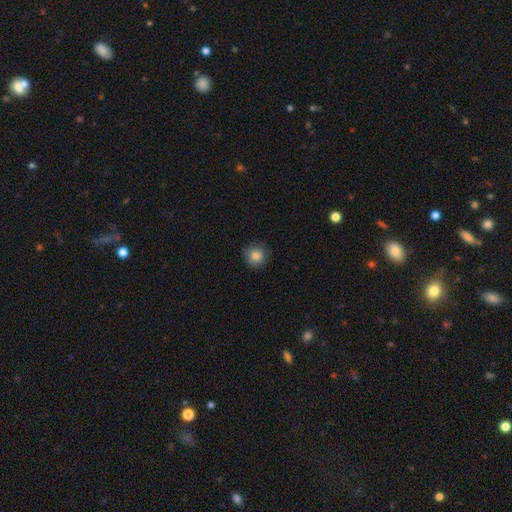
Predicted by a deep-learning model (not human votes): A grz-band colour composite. It shows a smooth galaxy with no disk features (84%) that is round (91%). Merging: none (82%).